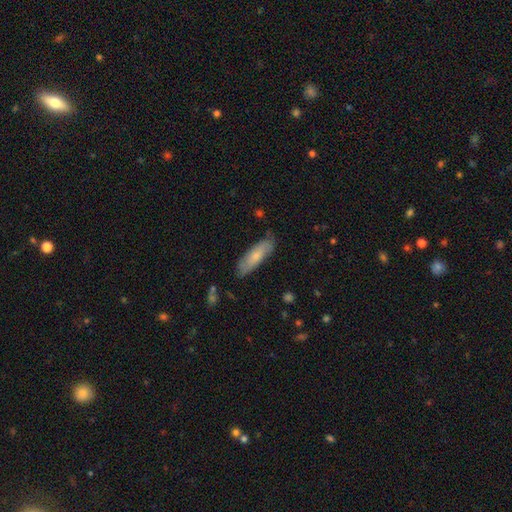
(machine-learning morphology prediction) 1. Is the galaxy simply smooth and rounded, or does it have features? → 69% smooth, 26% featured or disk, 6% star or artifact.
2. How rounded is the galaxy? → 53% cigar-shaped, 46% in between, 2% round.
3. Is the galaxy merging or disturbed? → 78% none, 18% minor disturbance, 3% major disturbance, 2% merger.